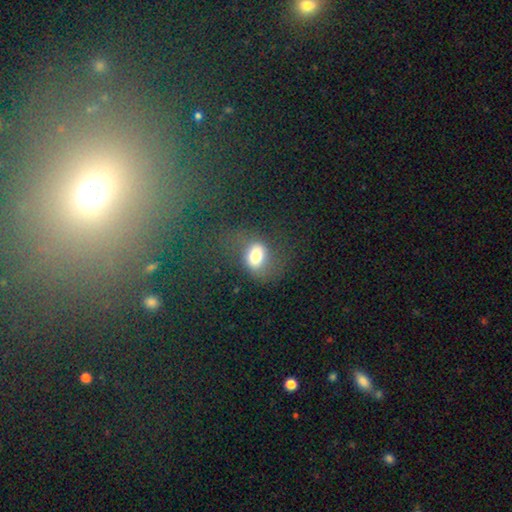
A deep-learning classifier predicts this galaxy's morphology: The model was most divided on "how rounded": in between: 66%, round: 32%, cigar-shaped: 2%. More confident: smooth or featured — smooth (72%); merging — none (57%).